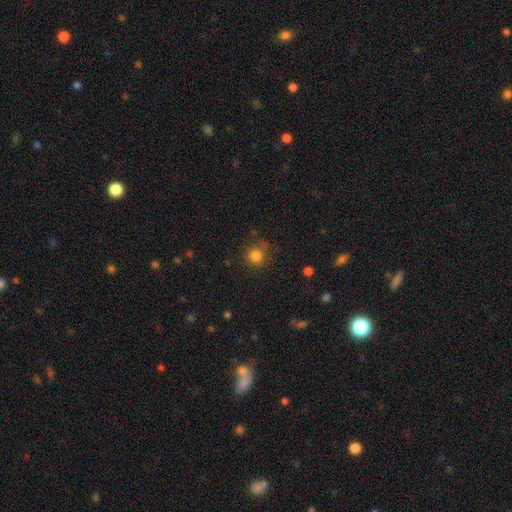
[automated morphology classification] type=smooth (81%); roundness=round (91%); merging=none (75%).